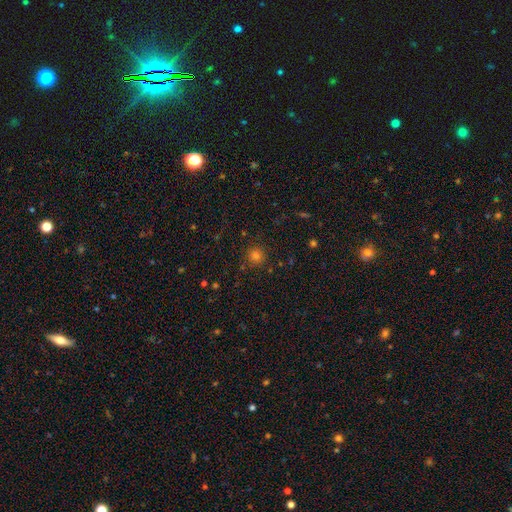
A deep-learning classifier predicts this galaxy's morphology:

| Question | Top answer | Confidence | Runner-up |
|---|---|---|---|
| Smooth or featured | smooth | 75% | star or artifact (20%) |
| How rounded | round | 94% | in between (6%) |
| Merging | none | 87% | minor disturbance (8%) |